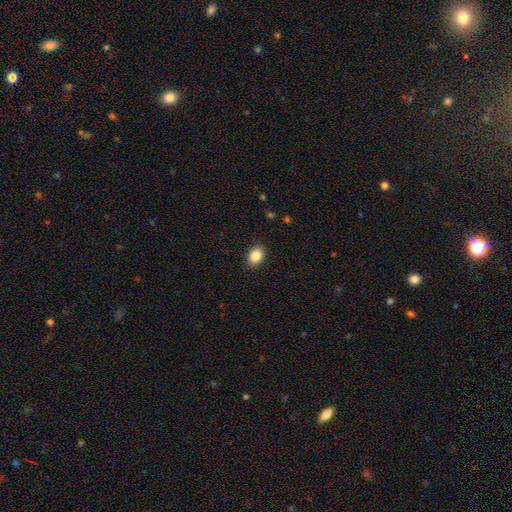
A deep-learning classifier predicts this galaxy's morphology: Q: Smooth or featured?
A: smooth (86%); runner-up: star or artifact (9%)
Q: How rounded?
A: in between (65%); runner-up: round (35%)
Q: Merging?
A: none (89%); runner-up: minor disturbance (8%)